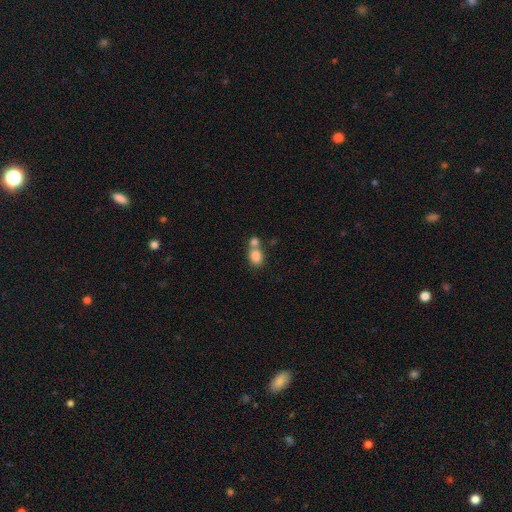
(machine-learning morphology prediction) Smooth or featured? Predicted: smooth (p=0.83). How rounded? Predicted: round (p=0.59). Merging? Predicted: merger (p=0.48).